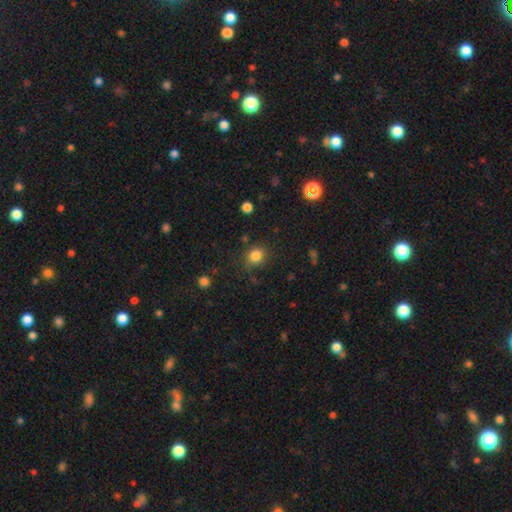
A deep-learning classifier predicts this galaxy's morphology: The model was most divided on "how rounded": round: 74%, in between: 25%, cigar-shaped: 1%. More confident: smooth or featured — smooth (81%); merging — none (71%).